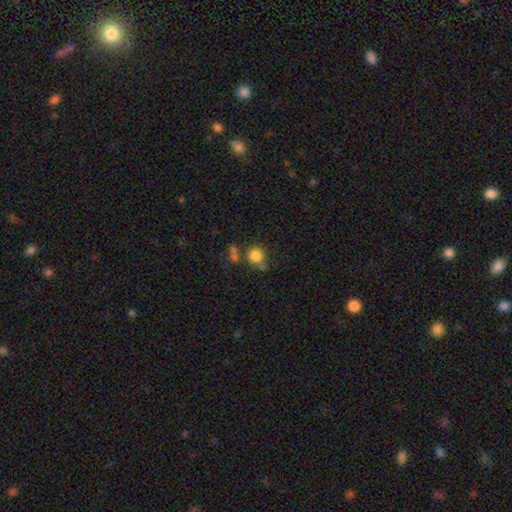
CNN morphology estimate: The model was most divided on "merging": none: 61%, merger: 20%, minor disturbance: 14%, major disturbance: 6%. More confident: how rounded — round (89%); smooth or featured — smooth (82%).